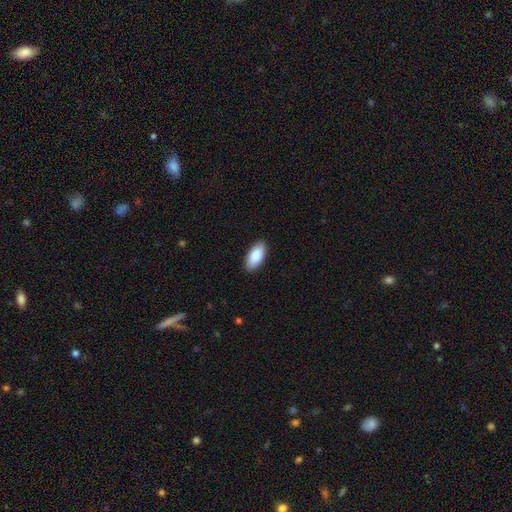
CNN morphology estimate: Smooth or featured? smooth (88%)
How rounded? in between (92%)
Merging? none (89%)